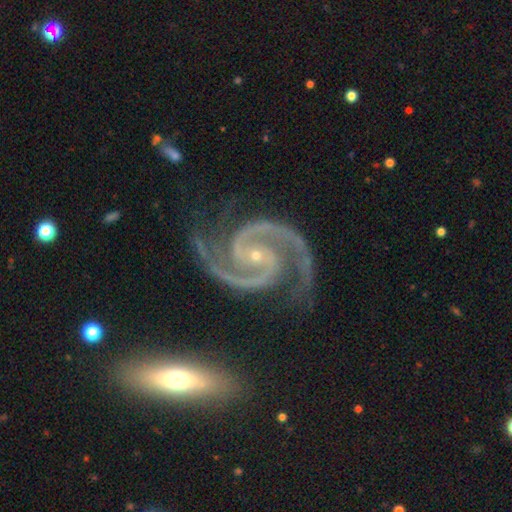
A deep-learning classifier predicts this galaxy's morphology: This is clearly a featured or disk galaxy (95%). It is clearly not viewed edge-on (98%). Bar: possibly no (56%). Spiral arm pattern: clearly yes (99%). Spiral arm count: clearly 2 (93%). Spiral winding: possibly medium (53%). Central bulge: clearly small (84%). Merging: likely none (74%).